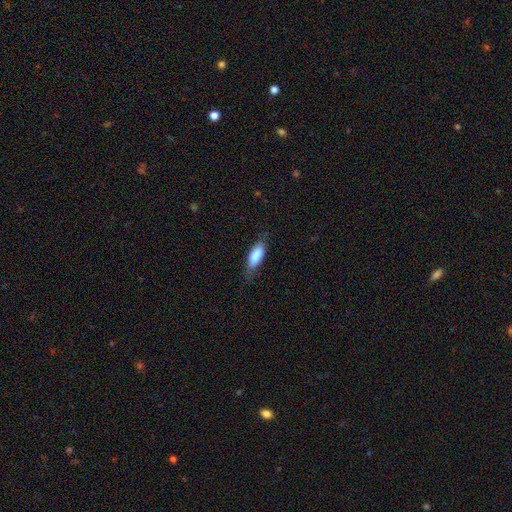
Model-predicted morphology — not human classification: Smooth or featured? Predicted: smooth (p=0.82). How rounded? Predicted: in between (p=0.70). Merging? Predicted: none (p=0.68).